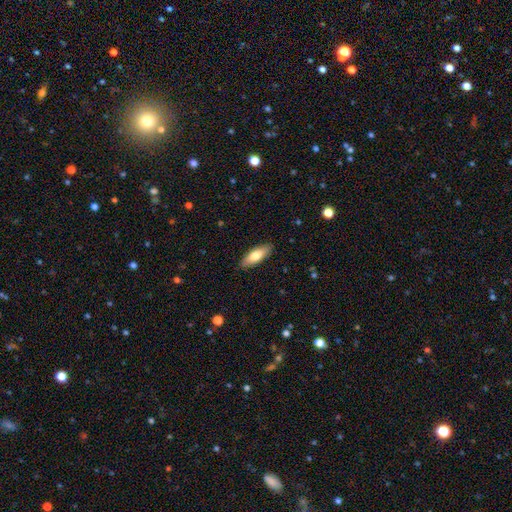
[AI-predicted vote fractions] Smooth or featured: smooth — 74% (featured or disk — 20%)
How rounded: in between — 61% (cigar-shaped — 37%)
Merging: none — 89% (minor disturbance — 8%)